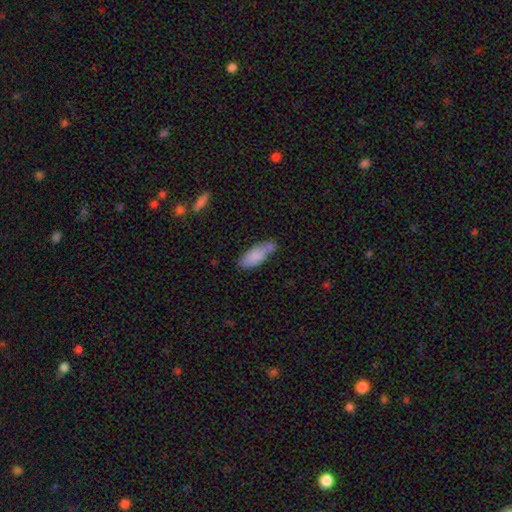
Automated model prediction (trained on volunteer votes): Smooth or featured? Predicted: smooth (p=0.83). How rounded? Predicted: in between (p=0.76). Merging? Predicted: none (p=0.52).